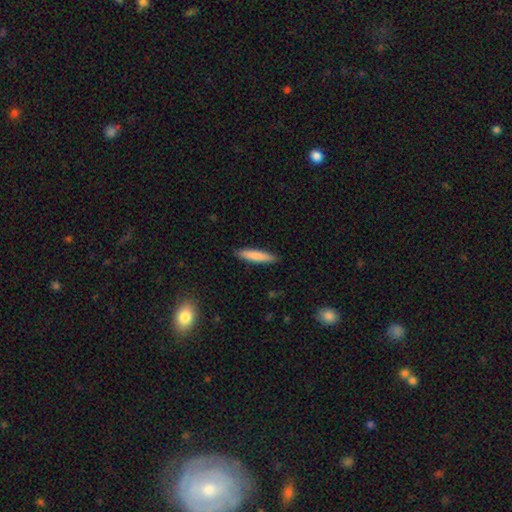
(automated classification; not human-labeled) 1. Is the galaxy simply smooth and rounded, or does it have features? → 80% smooth, 14% featured or disk, 5% star or artifact.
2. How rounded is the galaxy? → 87% cigar-shaped, 12% in between, 1% round.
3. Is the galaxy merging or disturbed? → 90% none, 8% minor disturbance, 2% major disturbance, 1% merger.